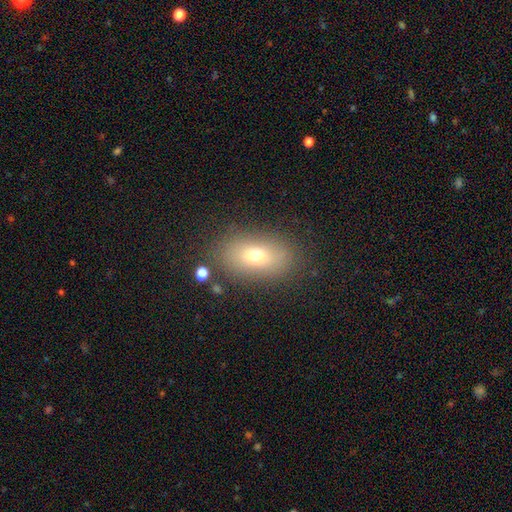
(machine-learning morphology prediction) A smooth galaxy with no disk features (67%) that is in between round and cigar-shaped (83%). Merging: none (81%).